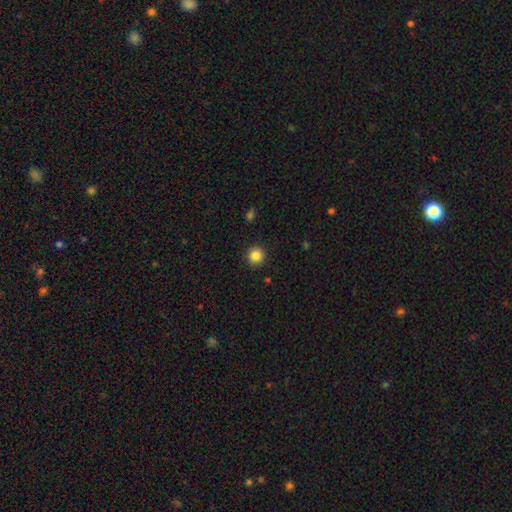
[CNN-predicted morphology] smooth_or_featured: smooth (p=0.85) [alt: star or artifact p=0.11]
how_rounded: round (p=0.94) [alt: in between p=0.05]
merging: none (p=0.91) [alt: minor disturbance p=0.06]